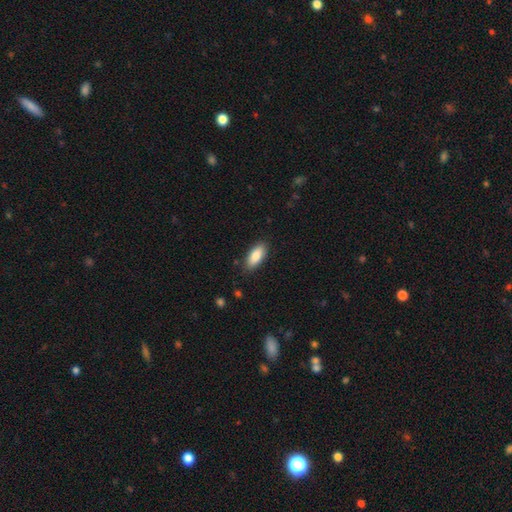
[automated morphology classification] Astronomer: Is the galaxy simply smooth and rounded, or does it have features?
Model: smooth — 86%.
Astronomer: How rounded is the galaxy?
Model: in between — 86%.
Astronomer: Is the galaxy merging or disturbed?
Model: none — 86%.